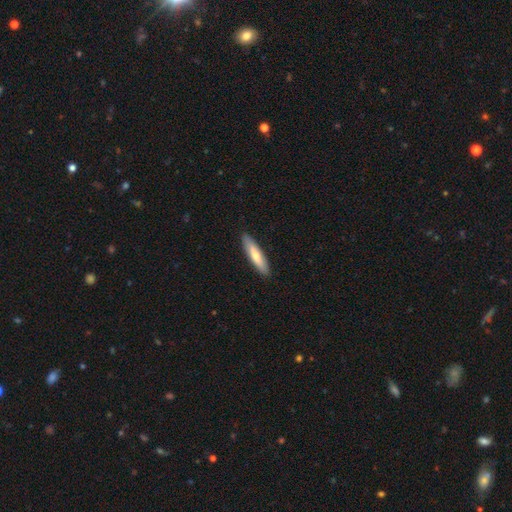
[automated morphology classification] A smooth galaxy with no disk features (69%) that is cigar-shaped (79%).

Vote fractions:
- Smooth or featured? smooth: 69% / featured or disk: 26% / star or artifact: 5%
- How rounded? cigar-shaped: 79% / in between: 20% / round: 1%
- Merging? none: 90% / minor disturbance: 7% / major disturbance: 2% / merger: 1%